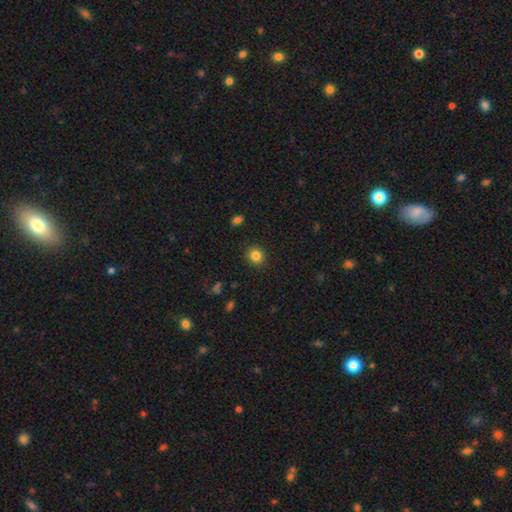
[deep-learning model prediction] The model was most divided on "how rounded": round: 85%, in between: 14%, cigar-shaped: 1%. More confident: merging — none (90%); smooth or featured — smooth (84%).